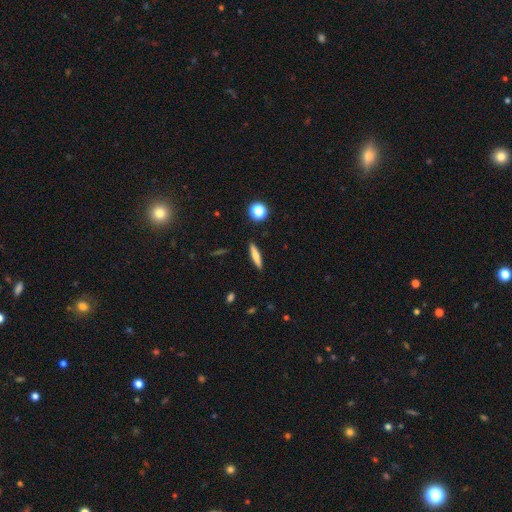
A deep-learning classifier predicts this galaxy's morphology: Smooth or featured? Predicted: smooth (p=0.61). How rounded? Predicted: cigar-shaped (p=0.83). Merging? Predicted: none (p=0.90).